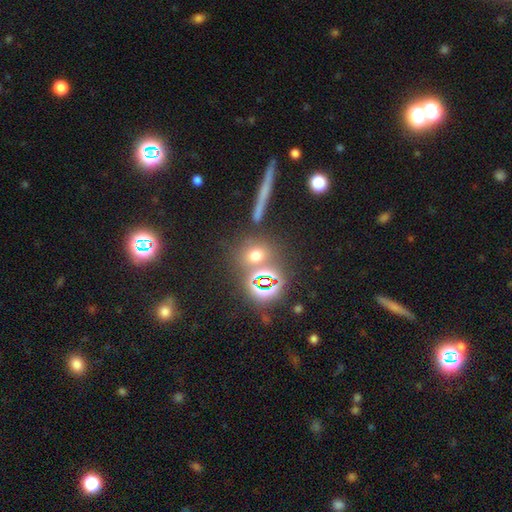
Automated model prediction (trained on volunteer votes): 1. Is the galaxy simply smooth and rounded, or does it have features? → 56% smooth, 33% star or artifact, 11% featured or disk.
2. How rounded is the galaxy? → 74% round, 21% in between, 5% cigar-shaped.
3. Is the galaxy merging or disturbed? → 72% none, 14% merger, 9% minor disturbance, 5% major disturbance.